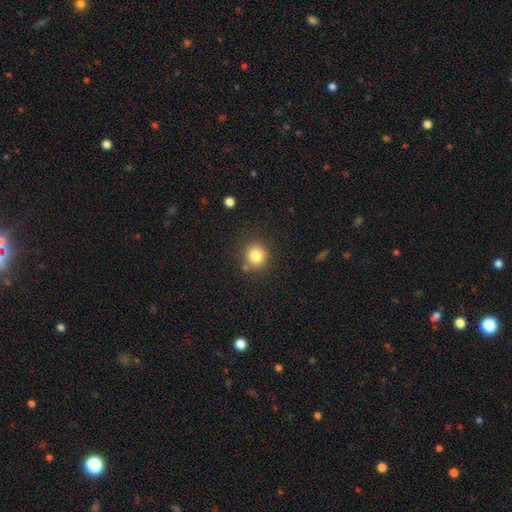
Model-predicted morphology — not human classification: Smooth or featured: smooth — 81% (star or artifact — 12%)
How rounded: round — 91% (in between — 8%)
Merging: none — 83% (minor disturbance — 9%)